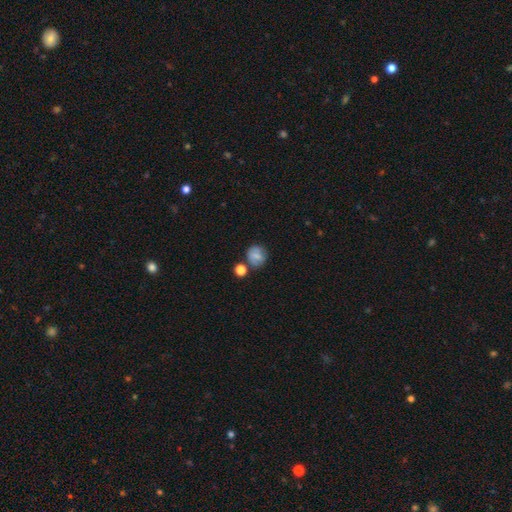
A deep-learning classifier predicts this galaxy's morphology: smooth 73%, featured or disk 17%, star or artifact 11%. Down the decision tree: how rounded — round (79%); merging — none (63%).